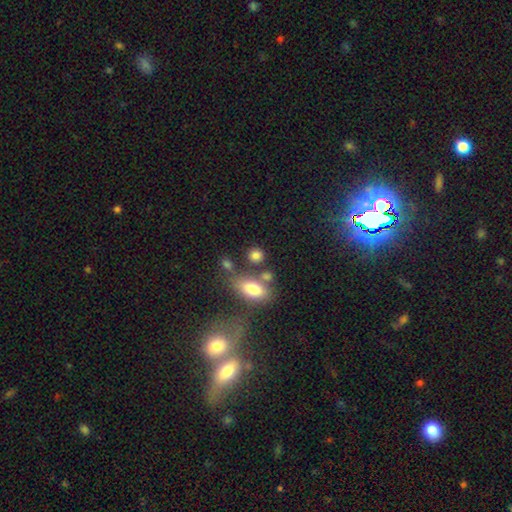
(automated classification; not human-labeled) Smooth or featured?
  - smooth: 81% *
  - star or artifact: 11%
  - featured or disk: 8%
How rounded?
  - round: 68% *
  - in between: 29%
  - cigar-shaped: 3%
Merging?
  - none: 66% *
  - merger: 17%
  - minor disturbance: 12%
  - major disturbance: 5%